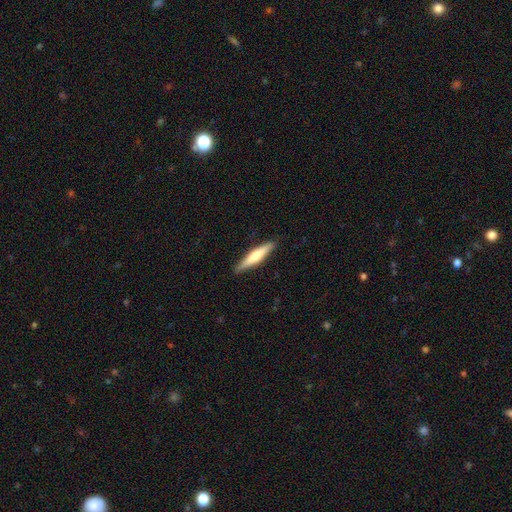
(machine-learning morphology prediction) Smooth or featured? smooth (52%)
How rounded? cigar-shaped (87%)
Merging? none (89%)